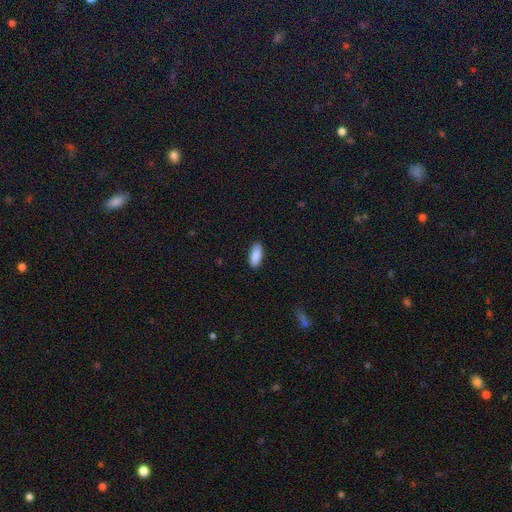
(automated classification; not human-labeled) The model was most divided on "how rounded": in between: 83%, cigar-shaped: 15%, round: 2%. More confident: smooth or featured — smooth (90%); merging — none (89%).